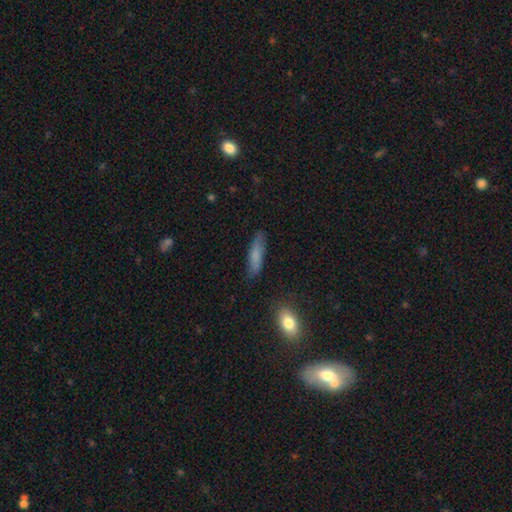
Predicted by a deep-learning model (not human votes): Q: Smooth or featured?
A: smooth (75%); runner-up: featured or disk (18%)
Q: How rounded?
A: cigar-shaped (72%); runner-up: in between (26%)
Q: Merging?
A: none (81%); runner-up: minor disturbance (14%)